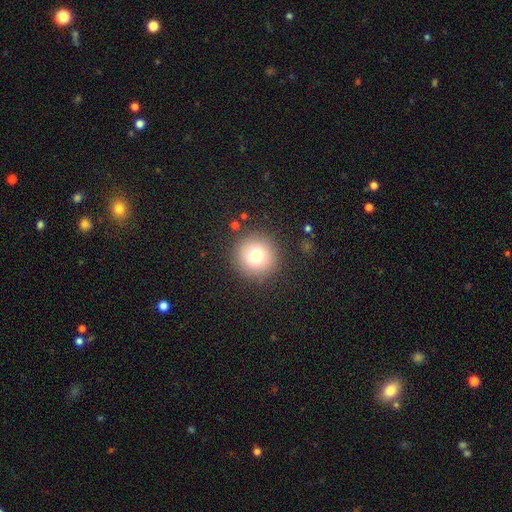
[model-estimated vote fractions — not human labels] Smooth or featured? smooth (75%)
How rounded? round (96%)
Merging? none (89%)